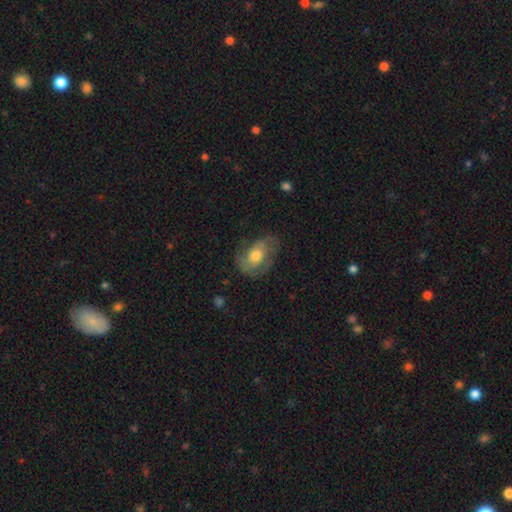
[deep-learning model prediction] smooth_or_featured: featured or disk (p=0.48) [alt: smooth p=0.45]
merging: none (p=0.57) [alt: minor disturbance p=0.26]